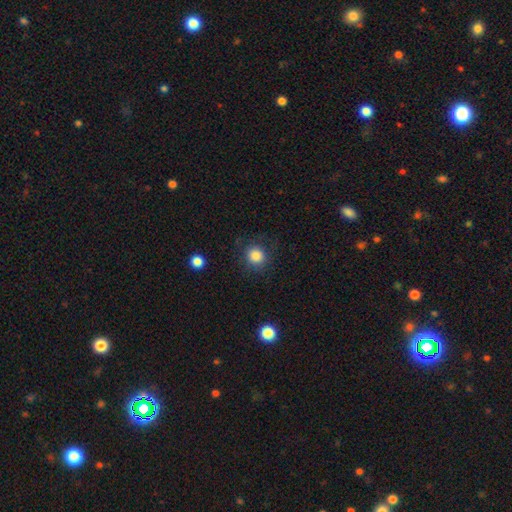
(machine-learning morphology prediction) smooth 85%, star or artifact 10%, featured or disk 5%. Down the decision tree: how rounded — round (89%); merging — none (83%).